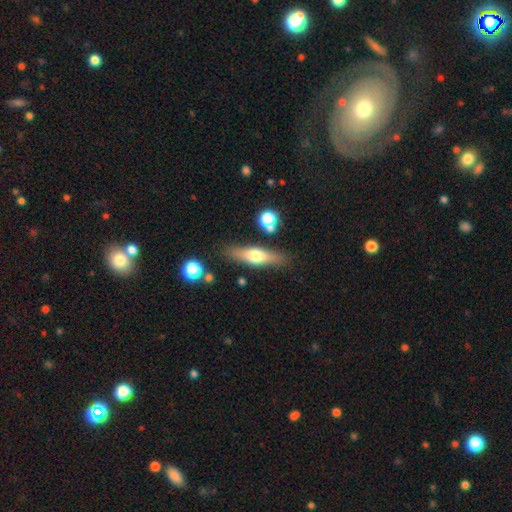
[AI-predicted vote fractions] Smooth or featured? Predicted: smooth (p=0.52). How rounded? Predicted: cigar-shaped (p=0.62). Merging? Predicted: none (p=0.81).